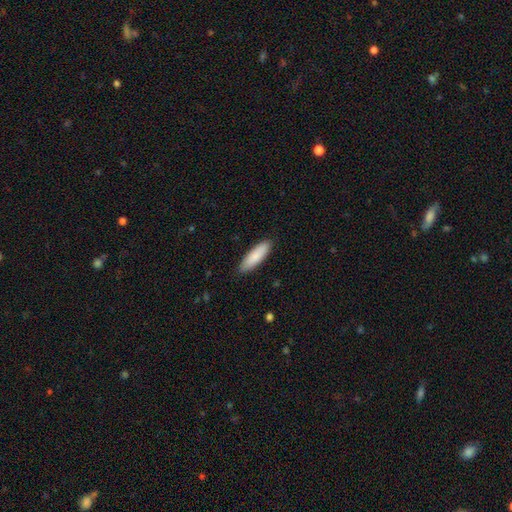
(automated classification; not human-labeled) A smooth galaxy with no disk features (86%) that is cigar-shaped (54%).

Vote fractions:
- Smooth or featured? smooth: 86% / featured or disk: 8% / star or artifact: 5%
- How rounded? cigar-shaped: 54% / in between: 45% / round: 1%
- Merging? none: 89% / minor disturbance: 8% / major disturbance: 2% / merger: 1%